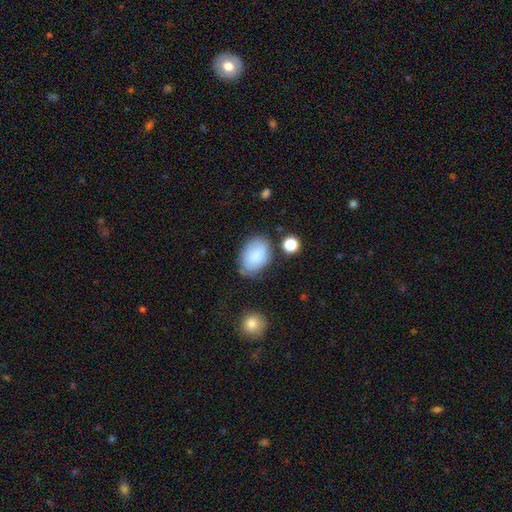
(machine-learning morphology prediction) type=smooth (80%); roundness=in between (85%); merging=none (66%).